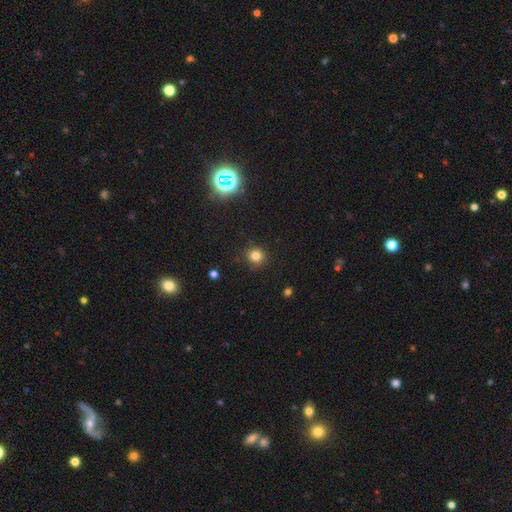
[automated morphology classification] The model was most divided on "smooth or featured": smooth: 79%, star or artifact: 16%, featured or disk: 5%. More confident: how rounded — round (91%); merging — none (89%).